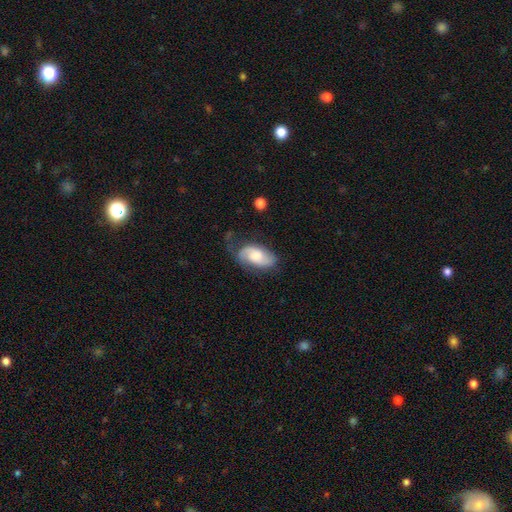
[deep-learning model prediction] smooth_or_featured: featured or disk (p=0.52) [alt: smooth p=0.41]
disk_edge_on: no (p=0.95) [alt: yes p=0.05]
merging: none (p=0.52) [alt: minor disturbance p=0.30]